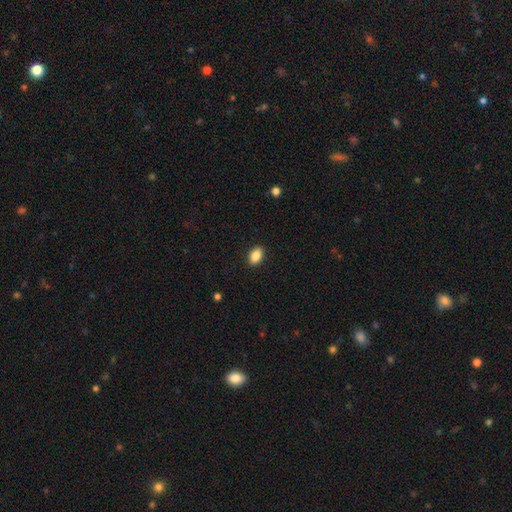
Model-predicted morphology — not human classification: Smooth or featured? Predicted: smooth (p=0.87). How rounded? Predicted: in between (p=0.89). Merging? Predicted: none (p=0.90).